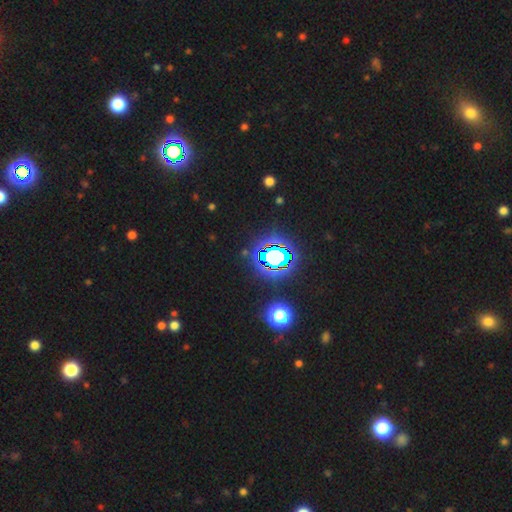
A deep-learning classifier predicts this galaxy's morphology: Smooth or featured: star or artifact — 82% (smooth — 11%)